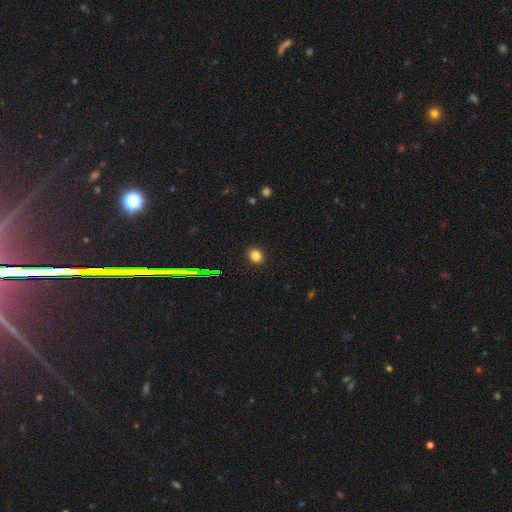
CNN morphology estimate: A smooth galaxy with no disk features (81%) that is round (68%).

Vote fractions:
- Smooth or featured? smooth: 81% / star or artifact: 14% / featured or disk: 5%
- How rounded? round: 68% / in between: 31% / cigar-shaped: 1%
- Merging? none: 91% / minor disturbance: 6% / major disturbance: 2% / merger: 1%